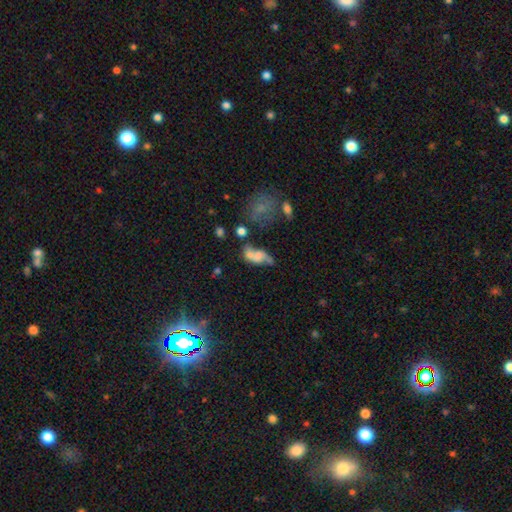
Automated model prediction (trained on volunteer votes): smooth 45%, featured or disk 43%, star or artifact 12%. Down the decision tree: merging — merger (40%).